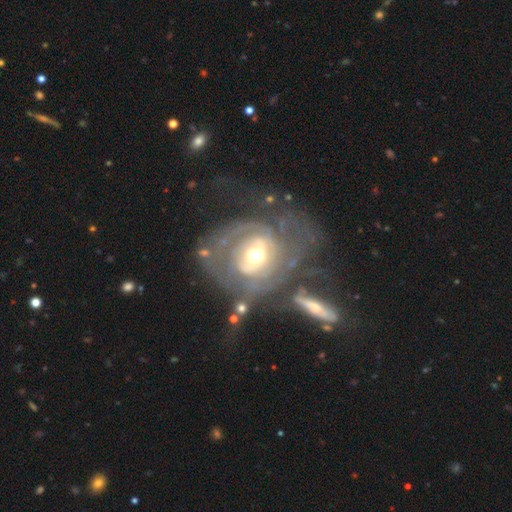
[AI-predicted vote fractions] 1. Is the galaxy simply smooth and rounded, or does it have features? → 82% featured or disk, 12% smooth, 6% star or artifact.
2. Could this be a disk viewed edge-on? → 96% no, 4% yes.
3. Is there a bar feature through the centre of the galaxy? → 47% no, 34% weak, 18% strong.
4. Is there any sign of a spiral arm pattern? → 79% yes, 21% no.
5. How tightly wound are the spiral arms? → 56% tight, 29% medium, 14% loose.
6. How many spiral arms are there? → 37% can't tell, 36% 2, 10% 3, 9% 1, 4% 4, 4% more than 4.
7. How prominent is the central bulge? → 68% moderate, 18% small, 12% large, 2% dominant, 1% none.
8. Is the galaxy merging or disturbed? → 38% none, 29% major disturbance, 17% merger, 16% minor disturbance.